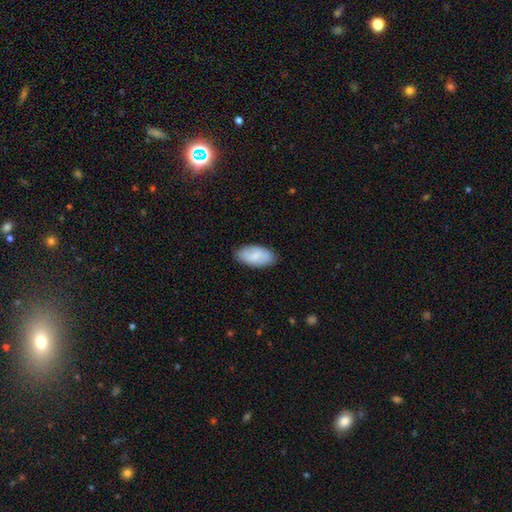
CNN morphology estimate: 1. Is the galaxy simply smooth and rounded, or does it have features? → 77% smooth, 17% featured or disk, 6% star or artifact.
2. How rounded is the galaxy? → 94% in between, 3% cigar-shaped, 2% round.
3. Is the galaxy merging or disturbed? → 85% none, 12% minor disturbance, 2% major disturbance, 1% merger.